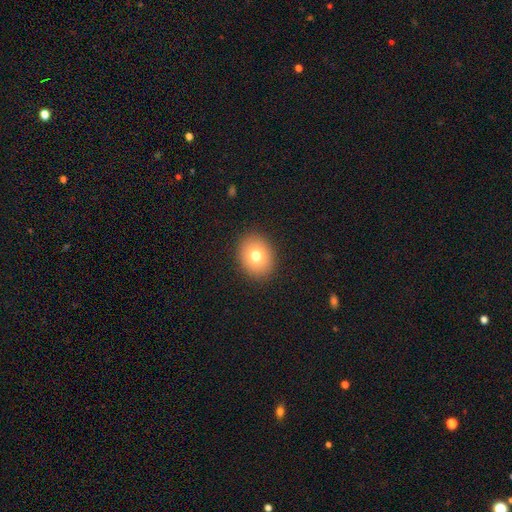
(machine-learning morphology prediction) This is likely a smooth galaxy (74%). How rounded: possibly round (60%). Merging: clearly none (90%).